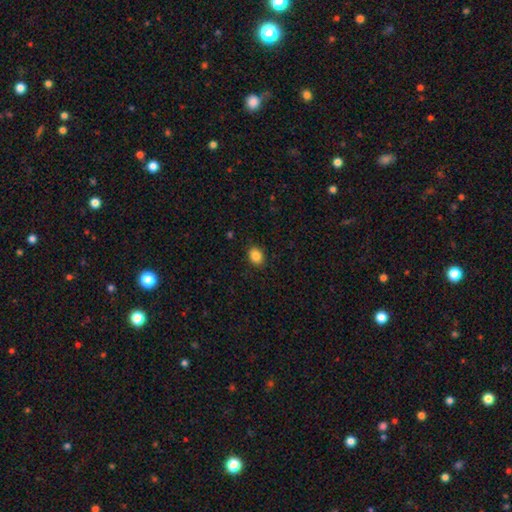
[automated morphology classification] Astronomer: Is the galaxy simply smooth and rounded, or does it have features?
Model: smooth — 87%.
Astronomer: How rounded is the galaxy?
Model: in between — 64%.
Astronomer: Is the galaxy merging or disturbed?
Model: none — 89%.